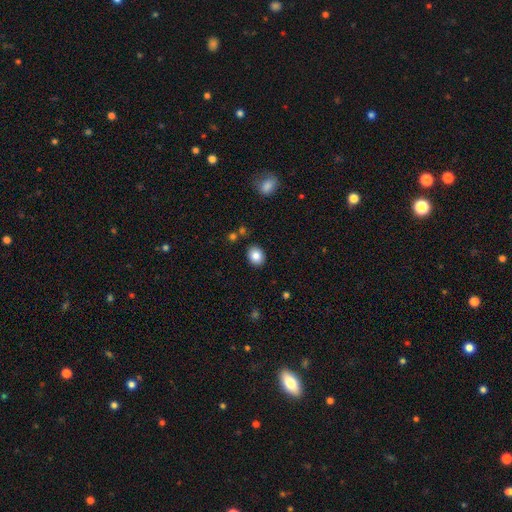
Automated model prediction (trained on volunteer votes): This is clearly a smooth galaxy (84%). How rounded: possibly round (56%). Merging: clearly none (88%).